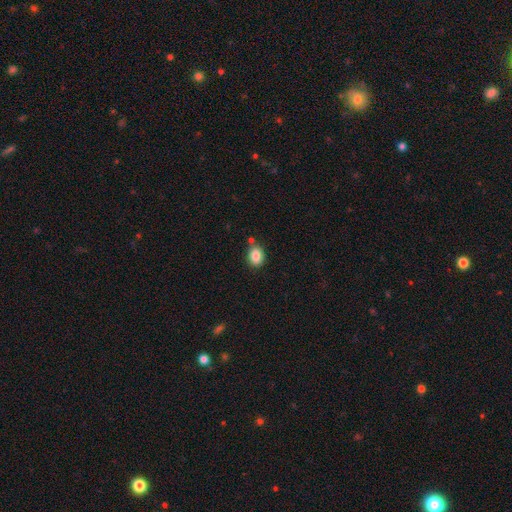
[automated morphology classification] Q: Smooth or featured?
A: smooth (86%); runner-up: star or artifact (9%)
Q: How rounded?
A: in between (64%); runner-up: round (35%)
Q: Merging?
A: none (74%); runner-up: minor disturbance (14%)